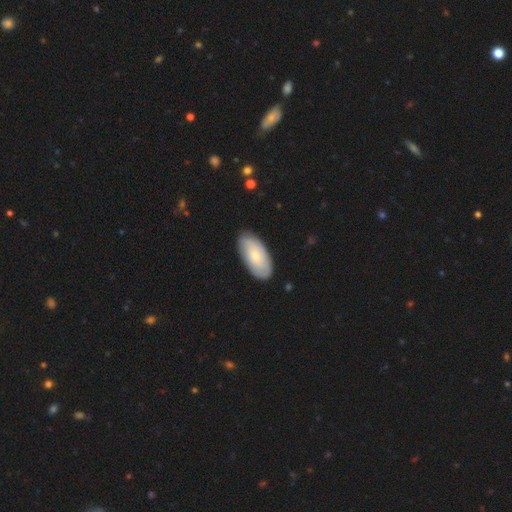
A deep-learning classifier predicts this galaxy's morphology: Smooth or featured?
  - smooth: 61% *
  - featured or disk: 33%
  - star or artifact: 5%
How rounded?
  - in between: 94% *
  - cigar-shaped: 4%
  - round: 2%
Merging?
  - none: 83% *
  - minor disturbance: 13%
  - major disturbance: 2%
  - merger: 1%